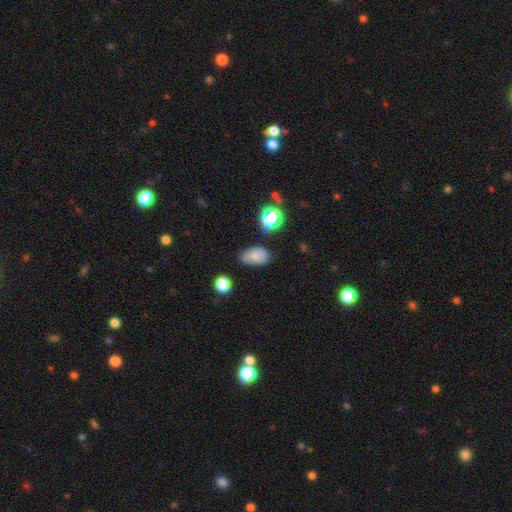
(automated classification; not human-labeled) Q: Smooth or featured?
A: smooth (66%); runner-up: featured or disk (21%)
Q: How rounded?
A: in between (86%); runner-up: round (12%)
Q: Merging?
A: none (63%); runner-up: minor disturbance (27%)